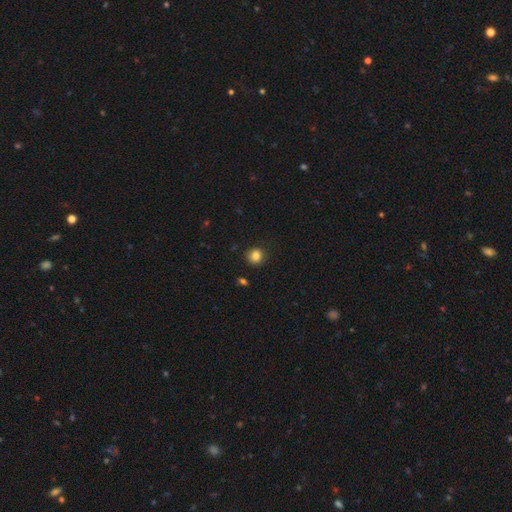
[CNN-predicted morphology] The model was most divided on "smooth or featured": smooth: 84%, star or artifact: 11%, featured or disk: 5%. More confident: how rounded — round (90%); merging — none (89%).